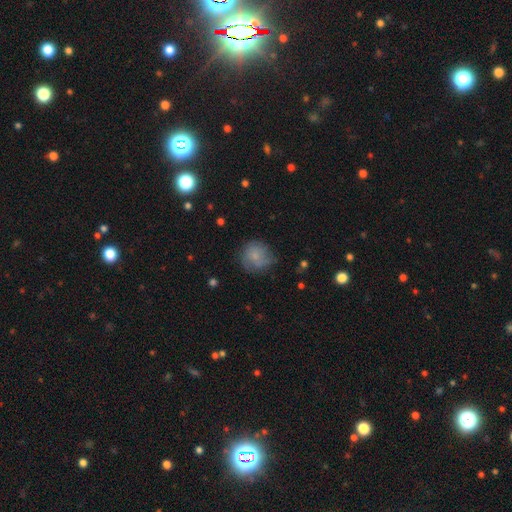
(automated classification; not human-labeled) A smooth galaxy with no disk features (68%) that is round (87%).

Vote fractions:
- Smooth or featured? smooth: 68% / featured or disk: 24% / star or artifact: 9%
- How rounded? round: 87% / in between: 12% / cigar-shaped: 1%
- Merging? none: 64% / minor disturbance: 24% / major disturbance: 10% / merger: 2%